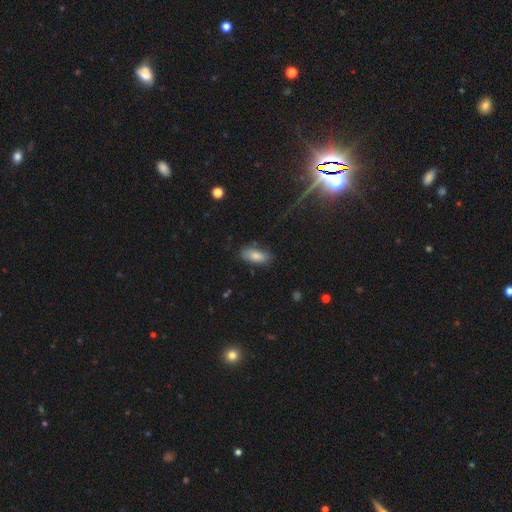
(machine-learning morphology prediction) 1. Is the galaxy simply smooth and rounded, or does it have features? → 81% smooth, 11% featured or disk, 8% star or artifact.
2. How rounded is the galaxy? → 87% in between, 11% cigar-shaped, 2% round.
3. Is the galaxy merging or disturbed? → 76% none, 18% minor disturbance, 4% major disturbance, 2% merger.